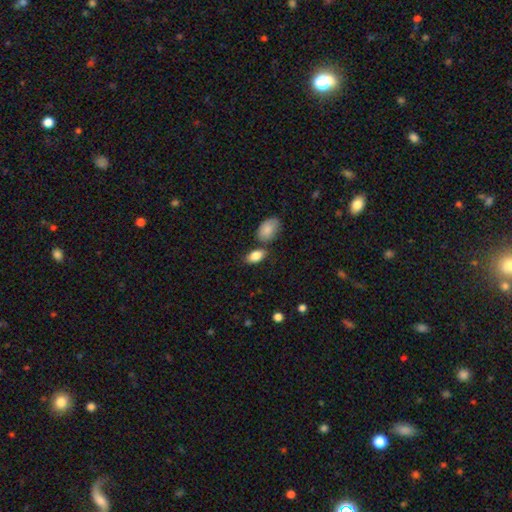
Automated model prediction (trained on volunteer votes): Smooth or featured? Predicted: smooth (p=0.86). How rounded? Predicted: in between (p=0.91). Merging? Predicted: none (p=0.69).